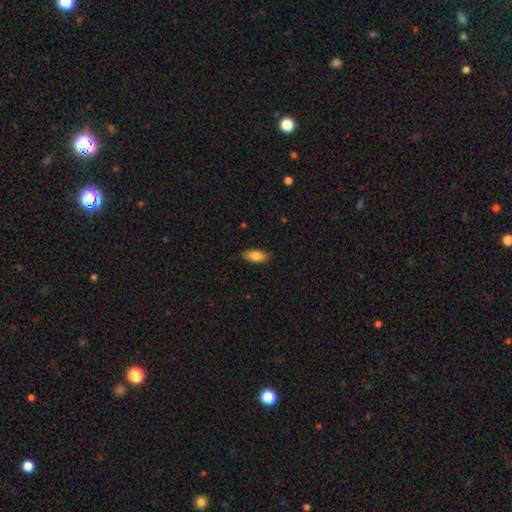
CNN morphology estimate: Smooth or featured?
  - smooth: 82% *
  - featured or disk: 11%
  - star or artifact: 7%
How rounded?
  - in between: 86% *
  - cigar-shaped: 12%
  - round: 2%
Merging?
  - none: 87% *
  - minor disturbance: 10%
  - major disturbance: 2%
  - merger: 1%